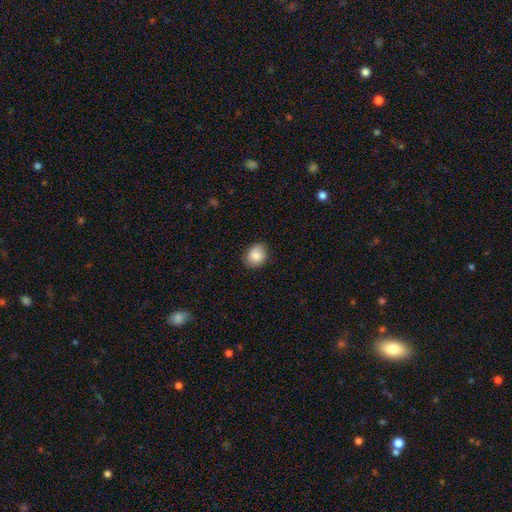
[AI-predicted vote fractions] smooth 85%, star or artifact 8%, featured or disk 7%. Down the decision tree: how rounded — round (57%); merging — none (84%).